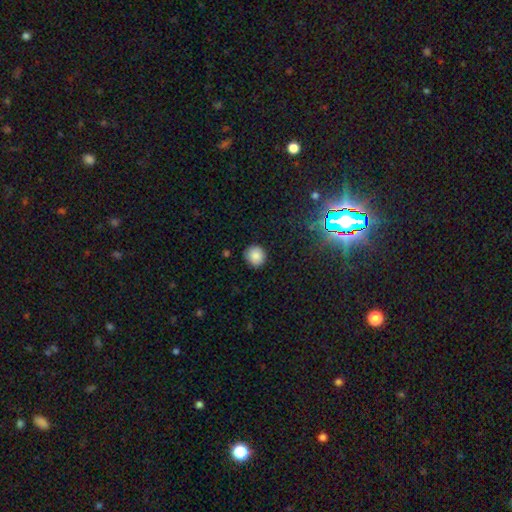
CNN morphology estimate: The model was most divided on "smooth or featured": smooth: 85%, star or artifact: 11%, featured or disk: 5%. More confident: how rounded — round (89%); merging — none (86%).